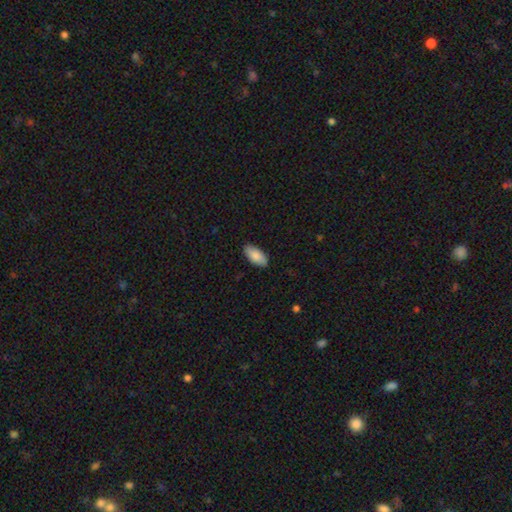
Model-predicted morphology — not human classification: Smooth or featured? smooth (86%)
How rounded? in between (92%)
Merging? none (88%)